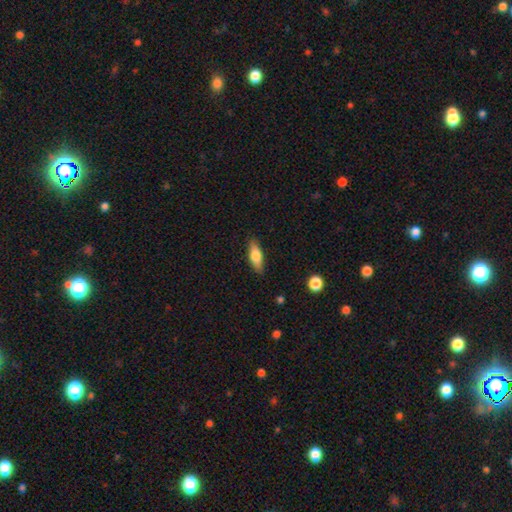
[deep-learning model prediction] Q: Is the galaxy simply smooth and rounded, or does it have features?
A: smooth — 69%.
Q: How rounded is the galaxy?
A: in between — 60%.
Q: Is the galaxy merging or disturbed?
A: none — 87%.